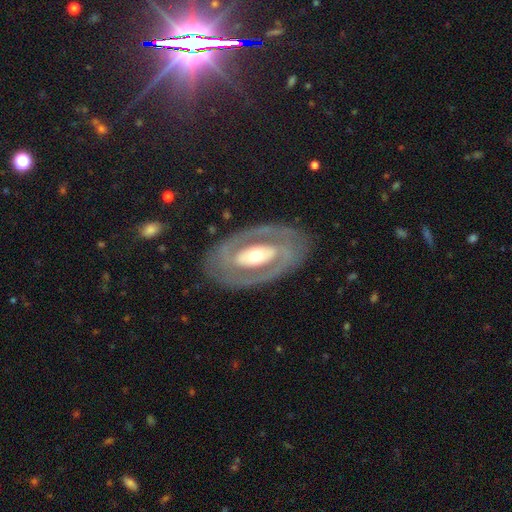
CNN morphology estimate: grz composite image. It shows a featured or disk galaxy (78%) with no bar (41%), spiral arms (54%) and a moderate central bulge (63%). Merging: none (81%).